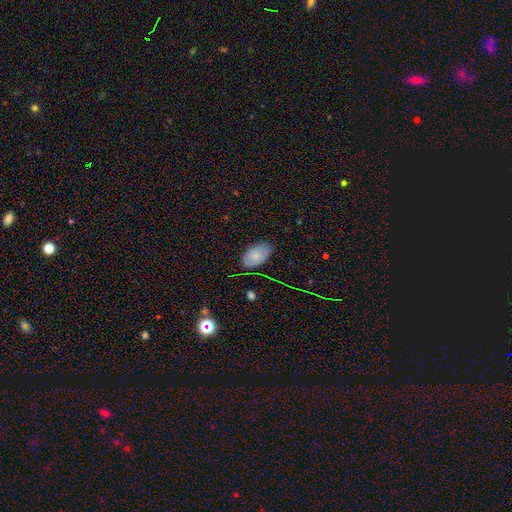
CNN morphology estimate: A smooth galaxy with no disk features (76%) that is in between round and cigar-shaped (93%).

Vote fractions:
- Smooth or featured? smooth: 76% / featured or disk: 16% / star or artifact: 8%
- How rounded? in between: 93% / round: 5% / cigar-shaped: 1%
- Merging? none: 78% / minor disturbance: 18% / major disturbance: 3% / merger: 1%